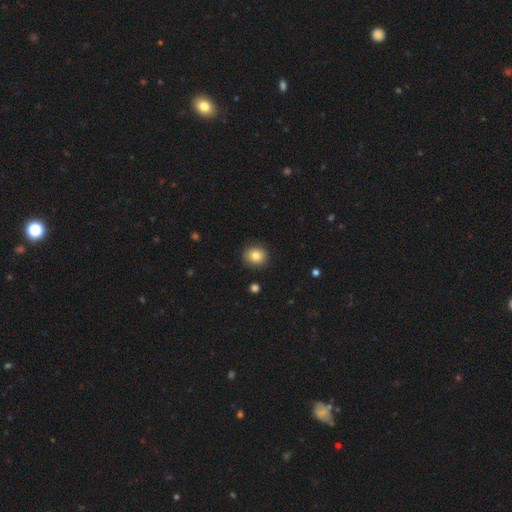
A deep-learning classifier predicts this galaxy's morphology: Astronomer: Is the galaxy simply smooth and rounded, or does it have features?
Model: smooth — 82%.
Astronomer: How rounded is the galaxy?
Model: round — 84%.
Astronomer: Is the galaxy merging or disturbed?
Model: none — 90%.